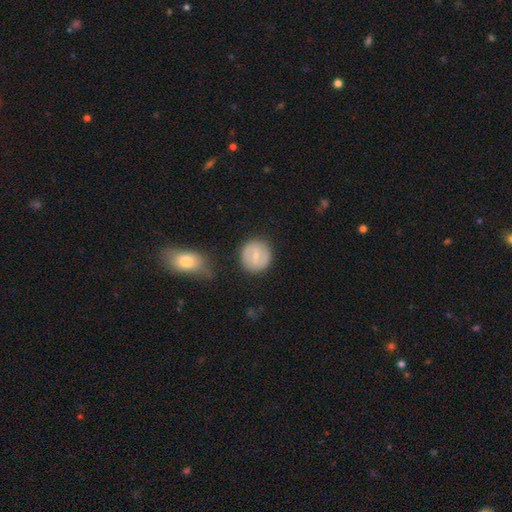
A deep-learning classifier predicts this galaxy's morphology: Q: Smooth or featured?
A: smooth (57%); runner-up: featured or disk (36%)
Q: How rounded?
A: round (88%); runner-up: in between (11%)
Q: Merging?
A: none (79%); runner-up: minor disturbance (13%)